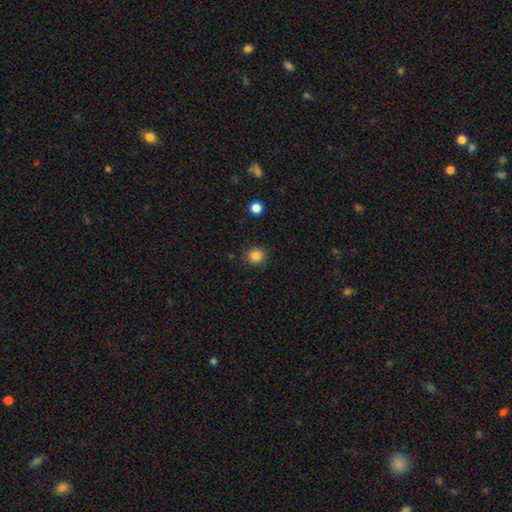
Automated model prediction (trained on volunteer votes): smooth-or-featured: smooth: 85% | star or artifact: 11% | featured or disk: 4%
  how-rounded: round: 88% | in between: 12% | cigar-shaped: 1%
  merging: none: 88% | minor disturbance: 8% | major disturbance: 2% | merger: 1%